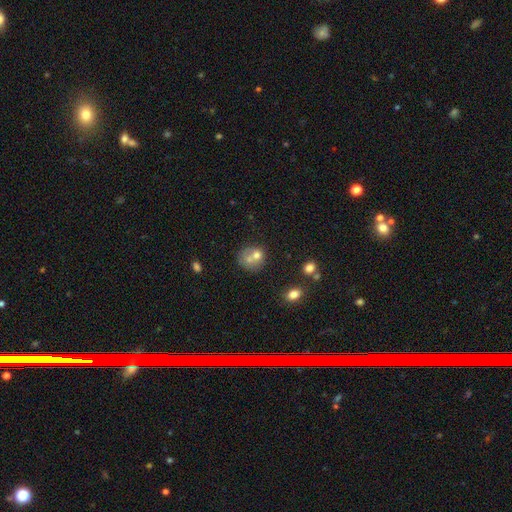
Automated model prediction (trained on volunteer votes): smooth-or-featured: smooth: 64% | featured or disk: 25% | star or artifact: 12%
  how-rounded: round: 71% | in between: 28% | cigar-shaped: 1%
  merging: merger: 49% | none: 34% | minor disturbance: 12% | major disturbance: 6%